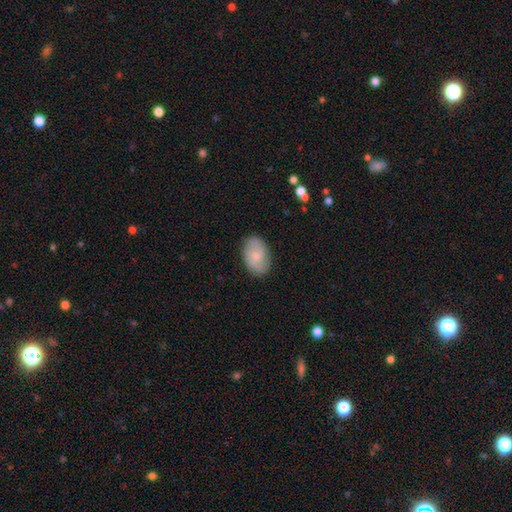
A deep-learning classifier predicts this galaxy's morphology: A smooth galaxy with no disk features (70%) that is in between round and cigar-shaped (89%).

Vote fractions:
- Smooth or featured? smooth: 70% / featured or disk: 23% / star or artifact: 7%
- How rounded? in between: 89% / round: 10% / cigar-shaped: 1%
- Merging? none: 83% / minor disturbance: 13% / major disturbance: 3% / merger: 1%